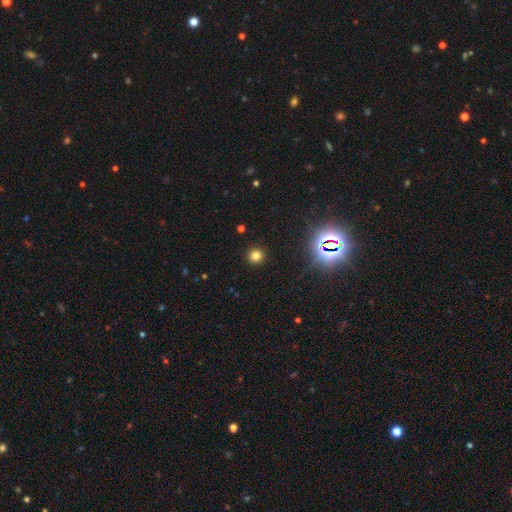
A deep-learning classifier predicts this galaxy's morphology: smooth 75%, star or artifact 19%, featured or disk 5%. Down the decision tree: how rounded — round (94%); merging — none (92%).